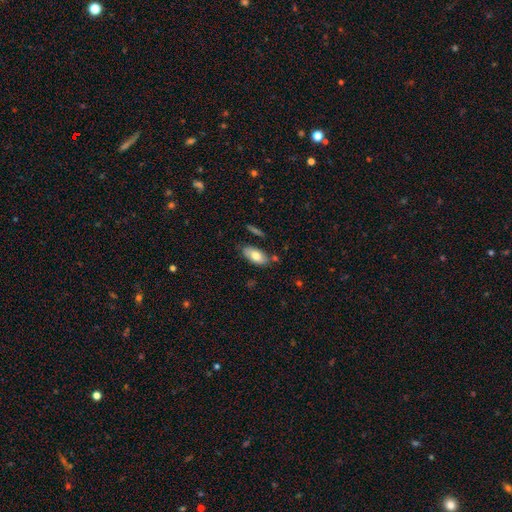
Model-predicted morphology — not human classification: Smooth or featured? Predicted: smooth (p=0.76). How rounded? Predicted: in between (p=0.91). Merging? Predicted: none (p=0.74).